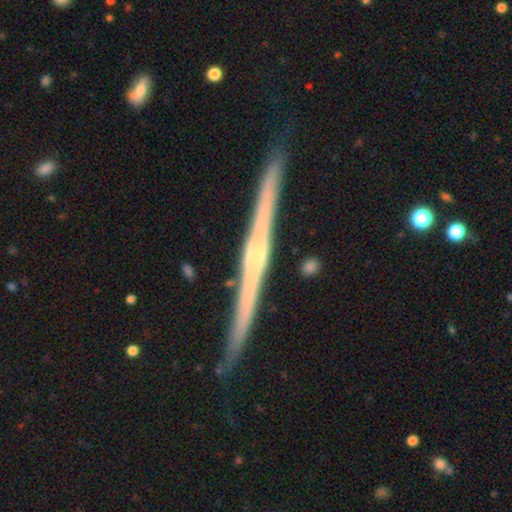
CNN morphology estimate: featured or disk 82%, smooth 12%, star or artifact 6%. Down the decision tree: edge-on disk — yes (98%); edge-on bulge — rounded (49%); merging — none (89%).